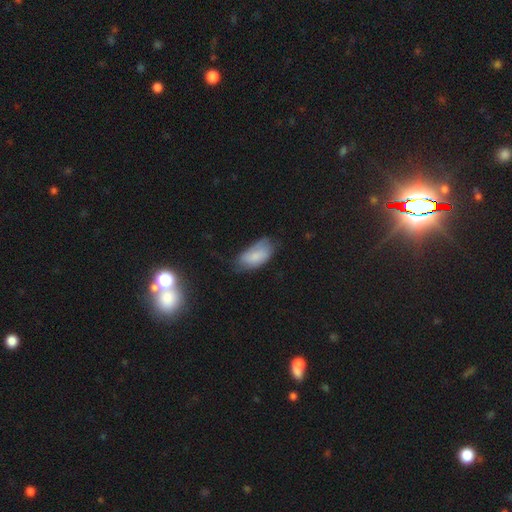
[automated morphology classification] Smooth or featured?
  - smooth: 78% *
  - featured or disk: 13%
  - star or artifact: 8%
How rounded?
  - in between: 94% *
  - round: 3%
  - cigar-shaped: 3%
Merging?
  - none: 45% *
  - minor disturbance: 39%
  - major disturbance: 14%
  - merger: 2%